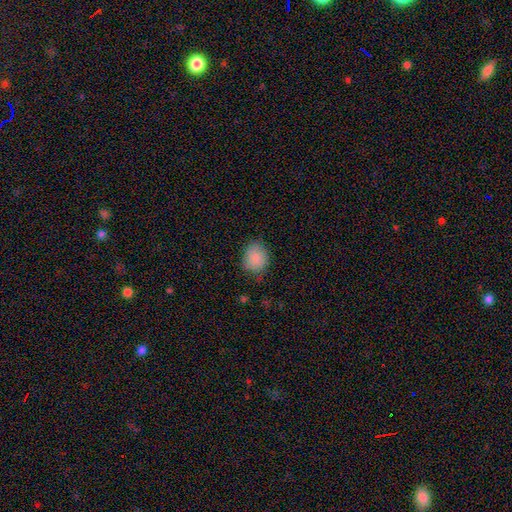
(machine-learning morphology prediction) Overall: smooth (88%). How rounded: round (55%; in between 44%). Merging: none (76%).